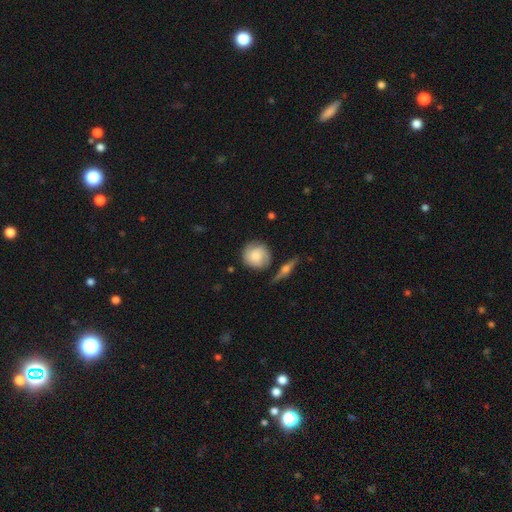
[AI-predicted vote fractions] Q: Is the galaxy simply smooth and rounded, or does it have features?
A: smooth — 55%.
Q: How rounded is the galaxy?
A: round — 87%.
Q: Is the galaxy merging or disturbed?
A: none — 70%.